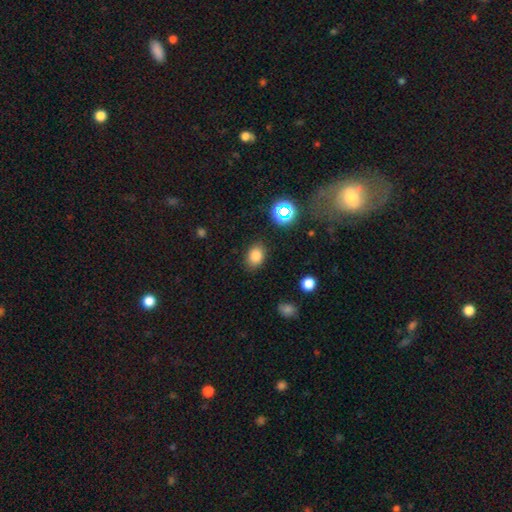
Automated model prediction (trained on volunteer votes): A smooth galaxy with no disk features (80%) that is in between round and cigar-shaped (67%). Merging: none (84%).